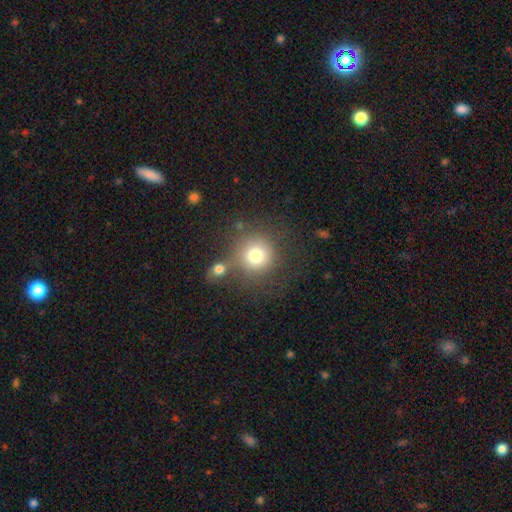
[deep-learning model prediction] Smooth or featured? smooth (76%)
How rounded? round (92%)
Merging? none (59%)